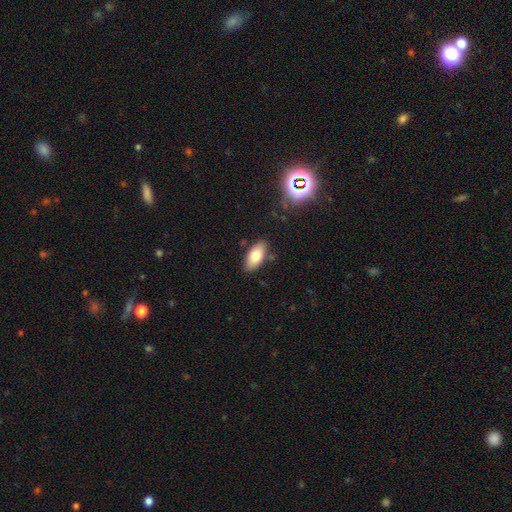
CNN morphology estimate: Smooth or featured: smooth — 77% (featured or disk — 16%)
How rounded: in between — 90% (cigar-shaped — 7%)
Merging: none — 85% (minor disturbance — 11%)